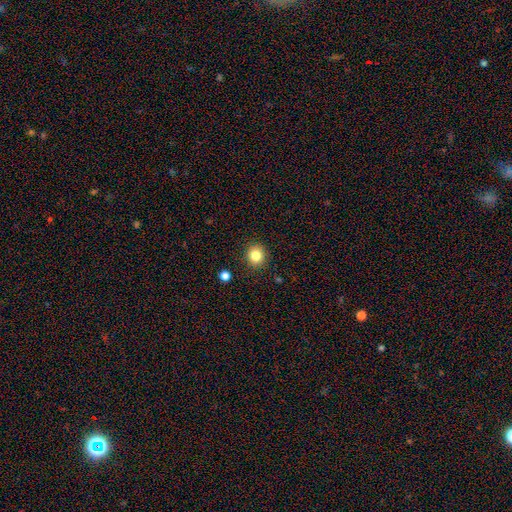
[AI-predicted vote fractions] A smooth galaxy with no disk features (82%) that is round (85%).

Vote fractions:
- Smooth or featured? smooth: 82% / star or artifact: 12% / featured or disk: 6%
- How rounded? round: 85% / in between: 14% / cigar-shaped: 1%
- Merging? none: 91% / minor disturbance: 6% / major disturbance: 2% / merger: 1%